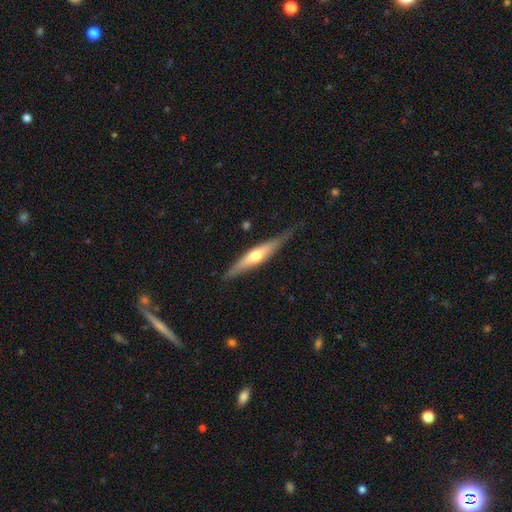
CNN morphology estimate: type=featured or disk (59%); edge-on=yes (93%); edge-on bulge=rounded (86%); merging=none (79%).